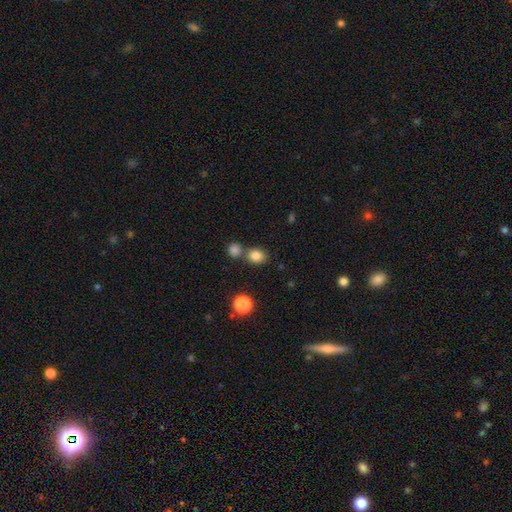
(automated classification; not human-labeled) smooth 83%, star or artifact 12%, featured or disk 5%. Down the decision tree: how rounded — round (65%); merging — none (68%).